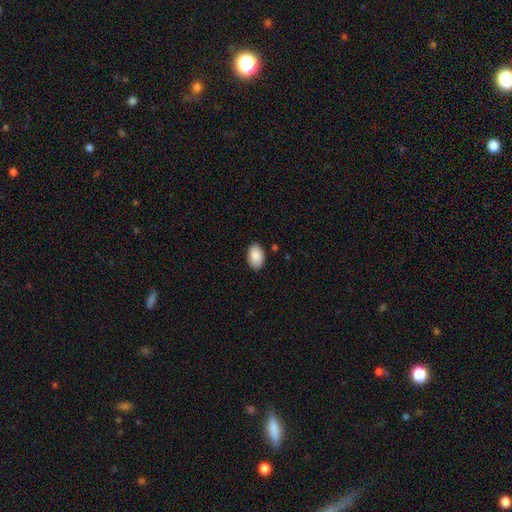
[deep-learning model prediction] Q: Smooth or featured?
A: smooth (89%); runner-up: star or artifact (6%)
Q: How rounded?
A: in between (91%); runner-up: round (8%)
Q: Merging?
A: none (86%); runner-up: minor disturbance (10%)